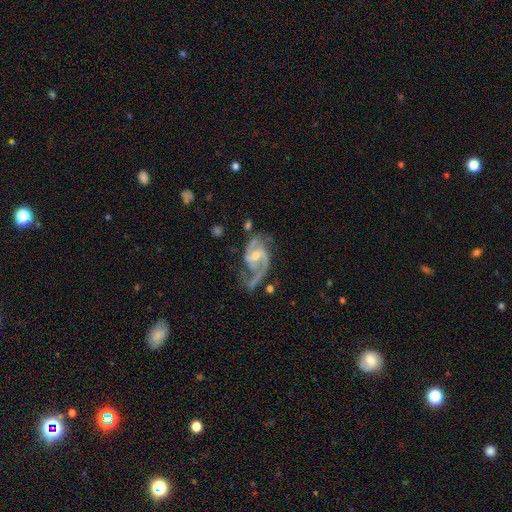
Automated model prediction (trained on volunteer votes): This appears to be a featured or disk galaxy (92%) with a weak bar (52%), 2 (88%) medium (55%) spiral arms (98%) and a small central bulge (52%). Merging: none (55%).